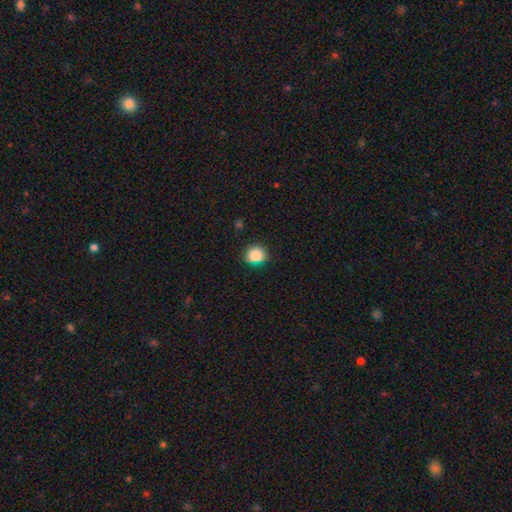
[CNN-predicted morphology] smooth 83%, star or artifact 11%, featured or disk 6%. Down the decision tree: how rounded — round (83%); merging — none (83%).